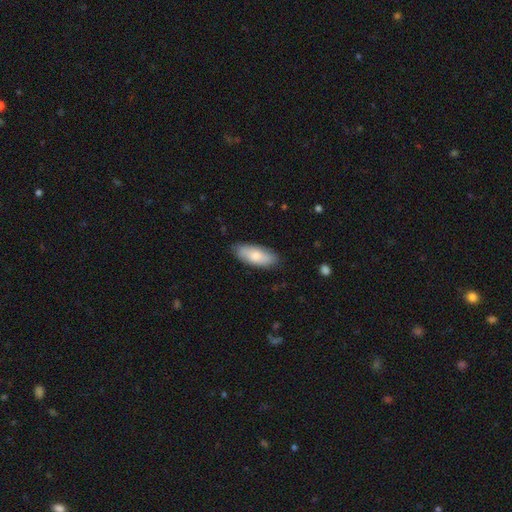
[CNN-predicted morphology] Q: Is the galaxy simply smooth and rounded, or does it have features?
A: smooth — 75%.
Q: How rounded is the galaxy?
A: in between — 82%.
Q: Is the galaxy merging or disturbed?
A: none — 83%.